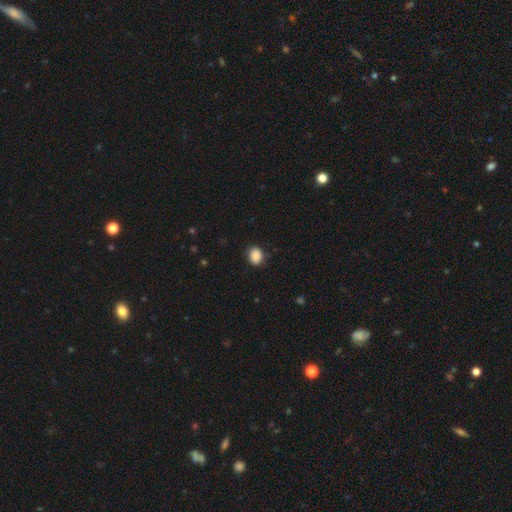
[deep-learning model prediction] This is clearly a smooth galaxy (86%). How rounded: likely round (61%). Merging: clearly none (85%).